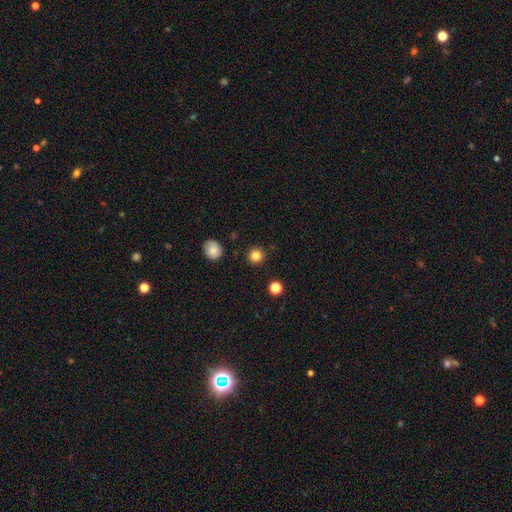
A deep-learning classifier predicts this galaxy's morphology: Smooth or featured? Predicted: smooth (p=0.83). How rounded? Predicted: round (p=0.93). Merging? Predicted: none (p=0.91).